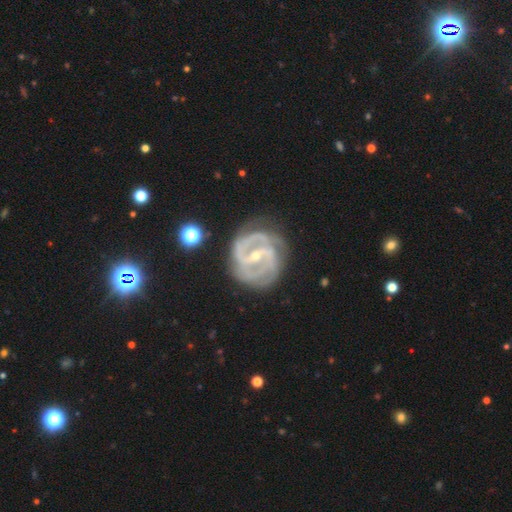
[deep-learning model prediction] featured or disk 91%, star or artifact 5%, smooth 4%. Down the decision tree: edge-on disk — no (97%); bar — strong (58%); spiral arms — yes (97%); spiral arm count — 2 (55%); spiral winding — tight (49%); bulge size — small (65%); merging — none (73%).